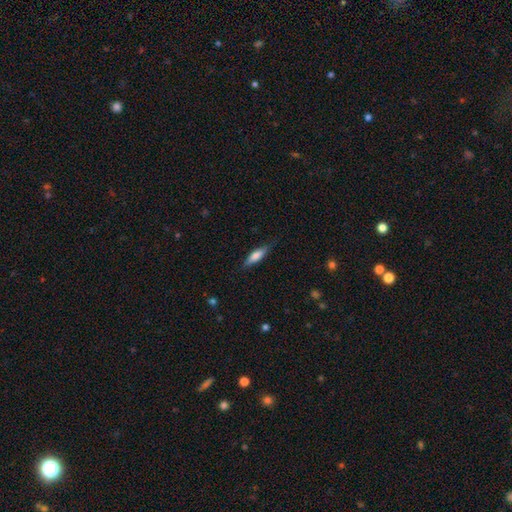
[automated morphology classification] smooth 69%, featured or disk 25%, star or artifact 6%. Down the decision tree: how rounded — cigar-shaped (63%); merging — none (79%).